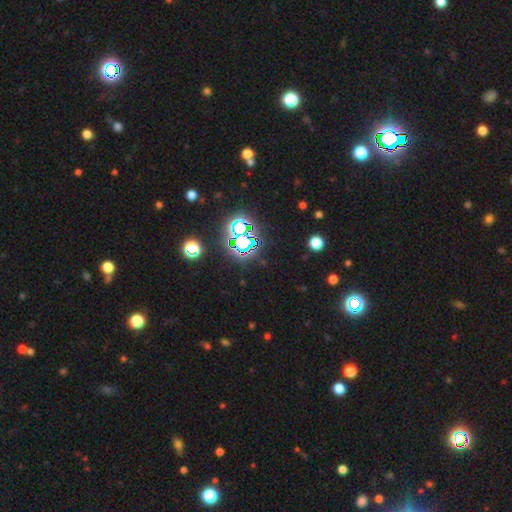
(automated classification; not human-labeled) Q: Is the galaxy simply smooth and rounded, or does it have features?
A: star or artifact — 79%.